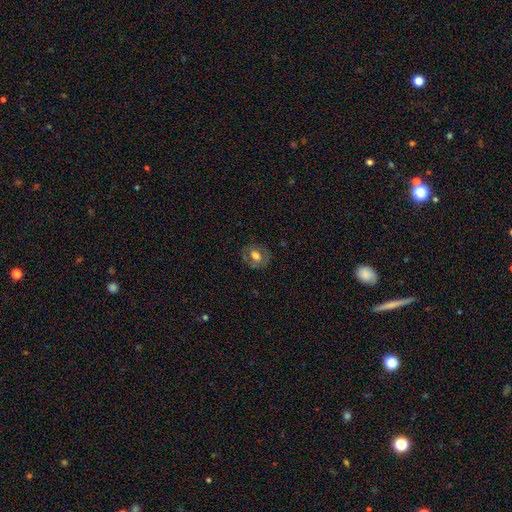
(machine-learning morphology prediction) Overall: smooth (54%; featured or disk 37%). How rounded: round (56%; in between 42%). Merging: none (75%).